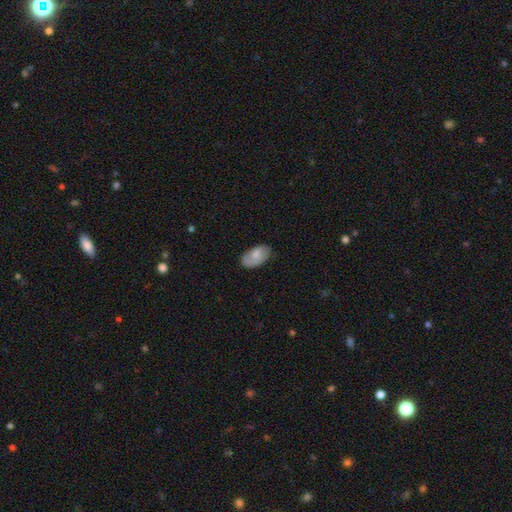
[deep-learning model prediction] smooth 73%, featured or disk 21%, star or artifact 7%. Down the decision tree: how rounded — in between (94%); merging — none (72%).